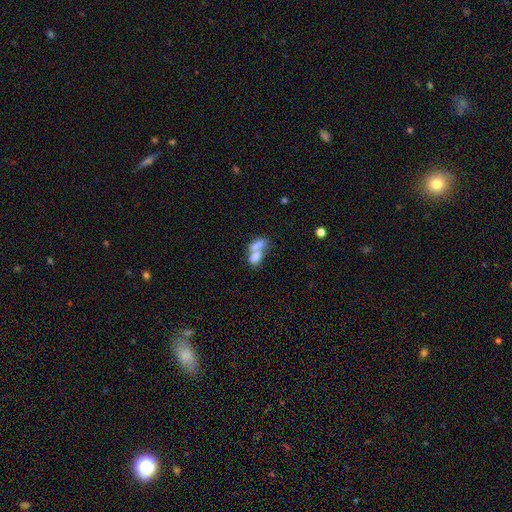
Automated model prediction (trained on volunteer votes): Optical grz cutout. It shows a smooth galaxy with no disk features (68%) that is in between round and cigar-shaped (79%). Merging: merger (70%).